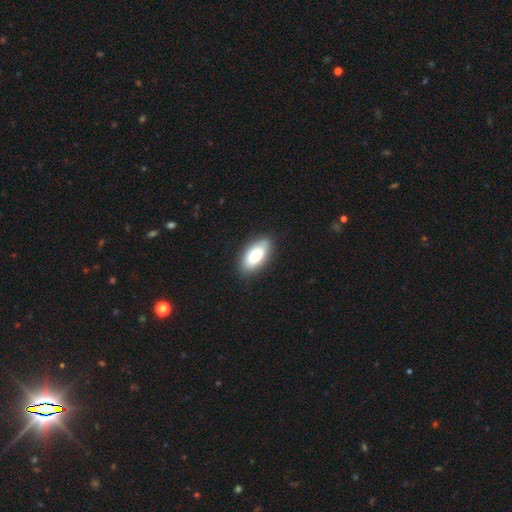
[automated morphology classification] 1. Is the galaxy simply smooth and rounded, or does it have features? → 78% smooth, 16% featured or disk, 6% star or artifact.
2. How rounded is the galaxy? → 91% in between, 6% cigar-shaped, 3% round.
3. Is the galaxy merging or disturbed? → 85% none, 11% minor disturbance, 3% major disturbance, 1% merger.